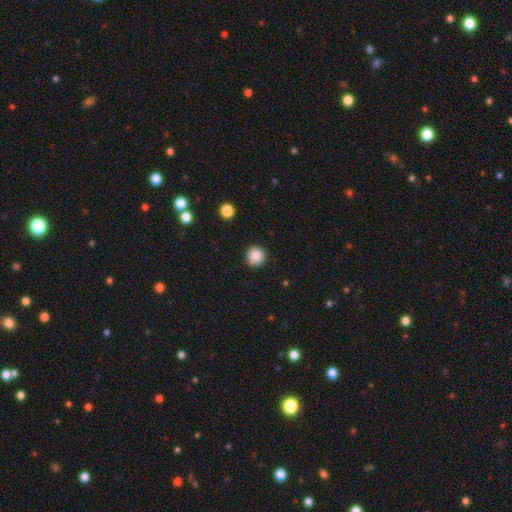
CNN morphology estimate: smooth-or-featured: smooth: 87% | star or artifact: 9% | featured or disk: 3%
  how-rounded: round: 93% | in between: 6% | cigar-shaped: 1%
  merging: none: 89% | minor disturbance: 8% | major disturbance: 2% | merger: 1%